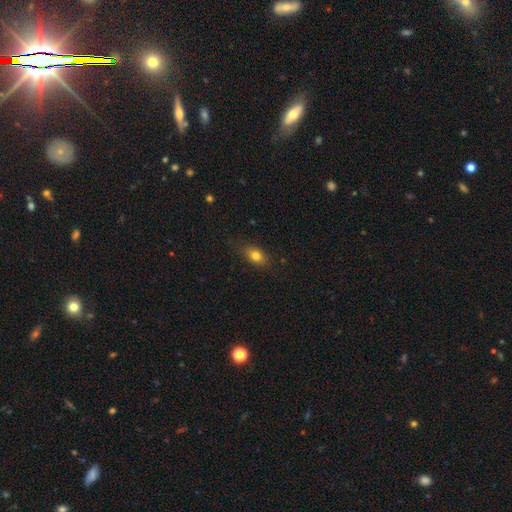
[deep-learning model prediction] Smooth or featured? Predicted: smooth (p=0.79). How rounded? Predicted: in between (p=0.74). Merging? Predicted: none (p=0.79).